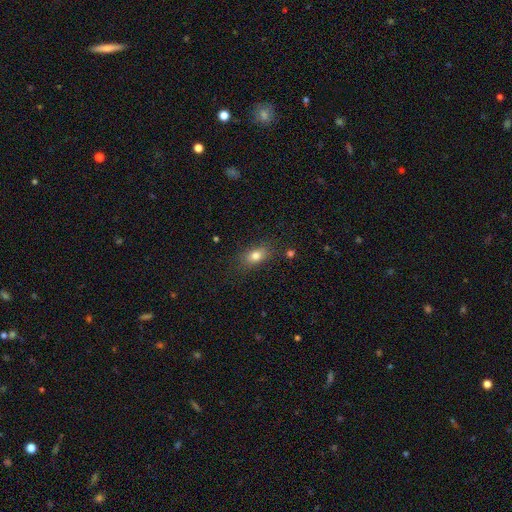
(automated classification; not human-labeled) Smooth or featured: smooth — 79% (featured or disk — 11%)
How rounded: in between — 79% (round — 15%)
Merging: none — 80% (minor disturbance — 14%)